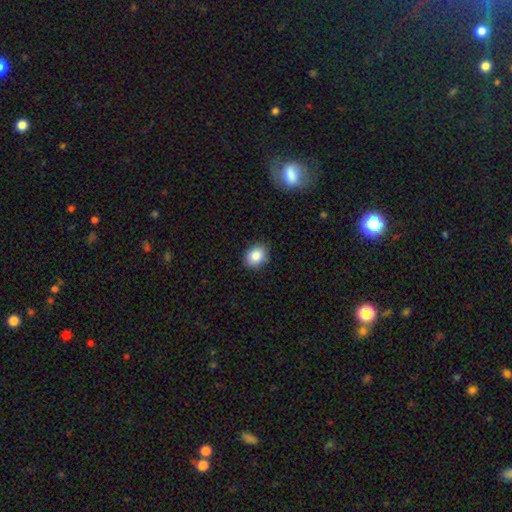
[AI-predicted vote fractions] Smooth or featured?
  - smooth: 85% *
  - star or artifact: 9%
  - featured or disk: 6%
How rounded?
  - in between: 55% *
  - round: 44%
  - cigar-shaped: 1%
Merging?
  - none: 85% *
  - minor disturbance: 12%
  - major disturbance: 2%
  - merger: 1%